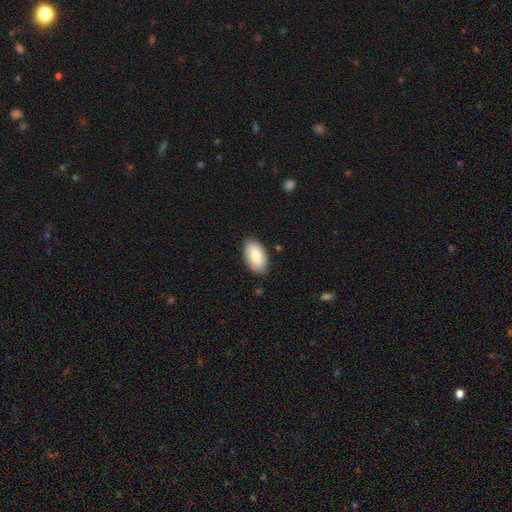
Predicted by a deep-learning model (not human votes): Smooth or featured?
  - smooth: 77% *
  - featured or disk: 17%
  - star or artifact: 6%
How rounded?
  - in between: 94% *
  - round: 3%
  - cigar-shaped: 2%
Merging?
  - none: 84% *
  - minor disturbance: 13%
  - major disturbance: 2%
  - merger: 1%